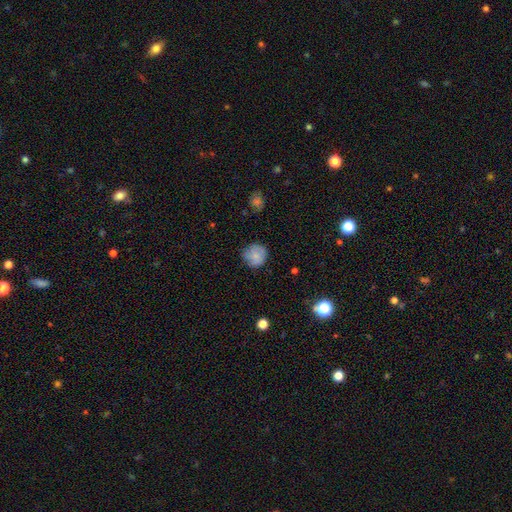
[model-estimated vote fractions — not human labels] Morphology: type=smooth (74%); roundness=round (89%); merging=none (75%).